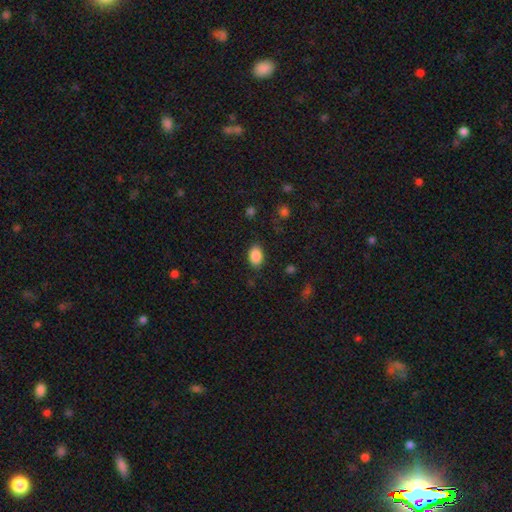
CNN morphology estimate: Smooth or featured: smooth — 88% (star or artifact — 8%)
How rounded: in between — 88% (round — 11%)
Merging: none — 85% (minor disturbance — 11%)